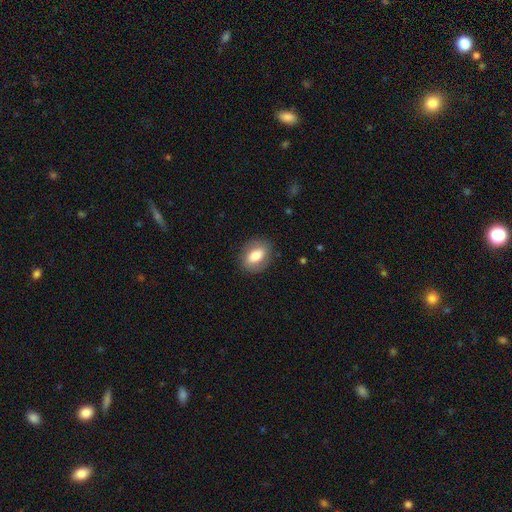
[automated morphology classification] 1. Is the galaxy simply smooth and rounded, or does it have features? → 73% smooth, 20% featured or disk, 7% star or artifact.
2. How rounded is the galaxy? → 80% in between, 17% round, 2% cigar-shaped.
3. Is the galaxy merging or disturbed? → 84% none, 12% minor disturbance, 4% major disturbance, 1% merger.